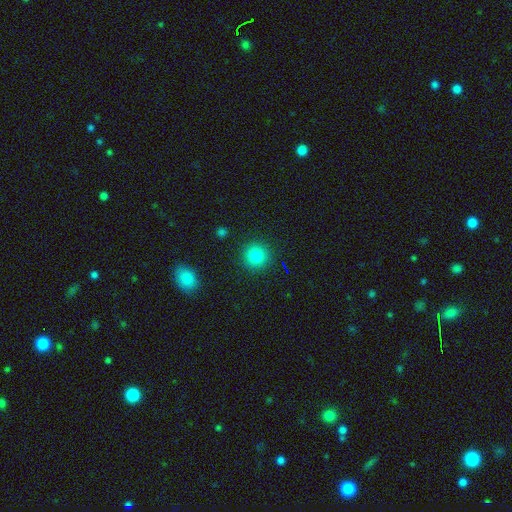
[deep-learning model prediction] smooth 81%, star or artifact 13%, featured or disk 6%. Down the decision tree: how rounded — round (94%); merging — none (91%).